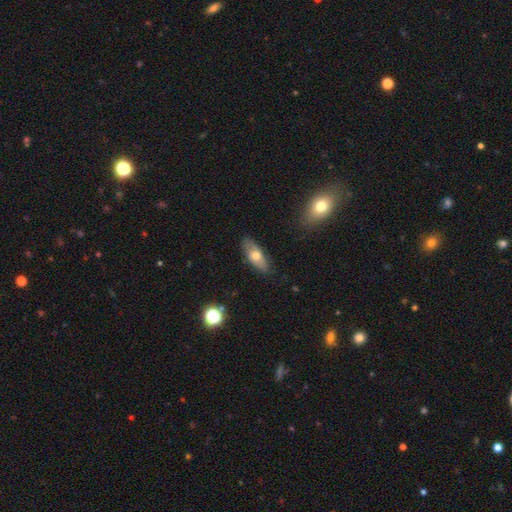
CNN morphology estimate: smooth 59%, featured or disk 34%, star or artifact 7%. Down the decision tree: how rounded — in between (76%); merging — none (82%).